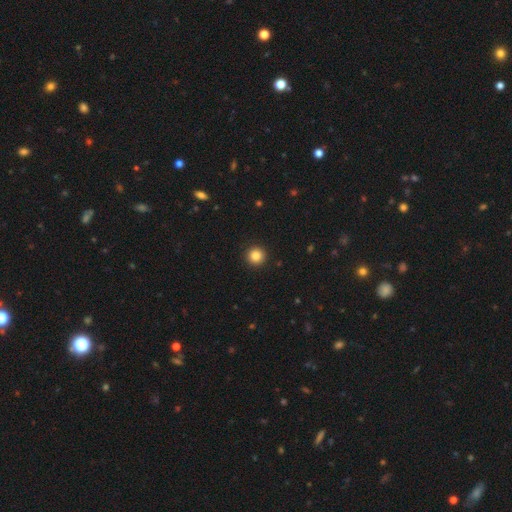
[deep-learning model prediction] smooth_or_featured: smooth (p=0.85) [alt: star or artifact p=0.11]
how_rounded: round (p=0.96) [alt: in between p=0.03]
merging: none (p=0.93) [alt: minor disturbance p=0.04]